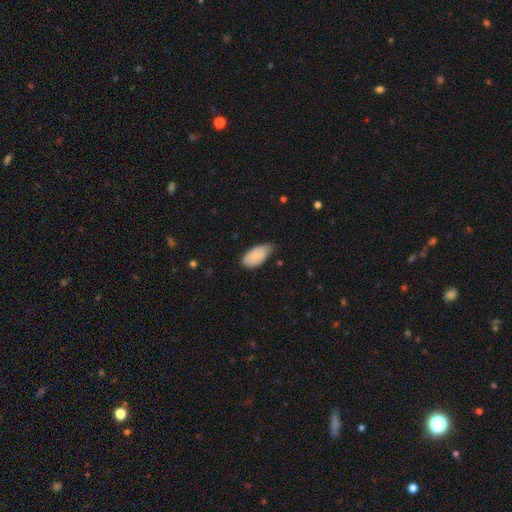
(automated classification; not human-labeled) A smooth galaxy with no disk features (82%) that is in between round and cigar-shaped (95%). Merging: minor disturbance (46%).